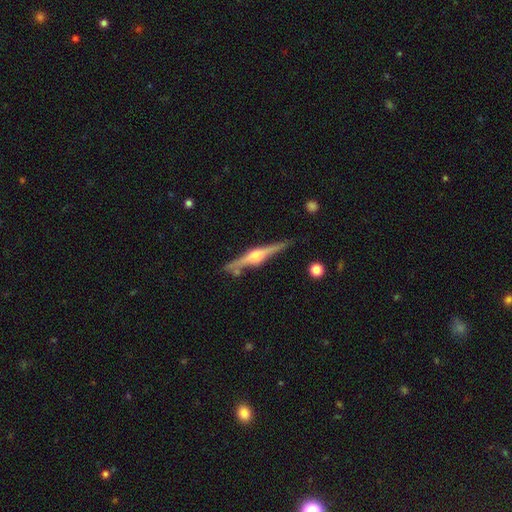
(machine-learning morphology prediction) smooth_or_featured: featured or disk (p=0.82) [alt: smooth p=0.13]
disk_edge_on: yes (p=0.98) [alt: no p=0.02]
edge_on_bulge: rounded (p=0.92) [alt: boxy p=0.05]
merging: none (p=0.85) [alt: minor disturbance p=0.10]